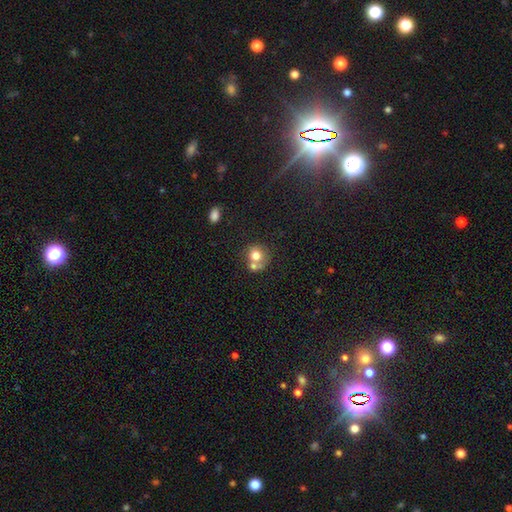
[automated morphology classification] Smooth or featured? Predicted: smooth (p=0.72). How rounded? Predicted: round (p=0.81). Merging? Predicted: merger (p=0.45).